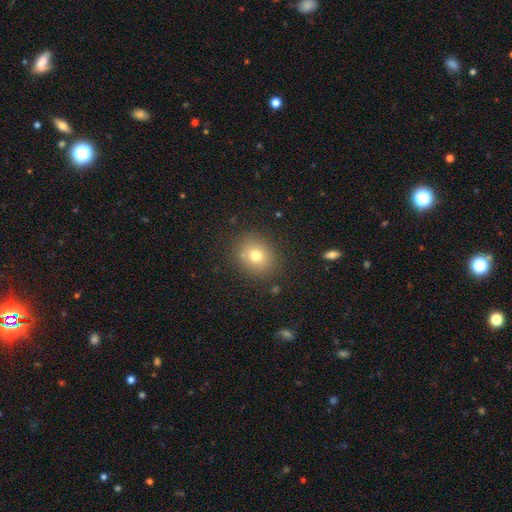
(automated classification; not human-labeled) Smooth or featured? smooth (73%)
How rounded? round (70%)
Merging? none (84%)